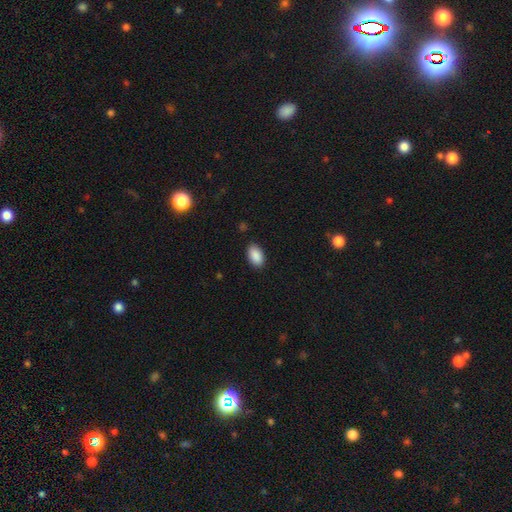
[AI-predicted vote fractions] smooth-or-featured: smooth: 90% | star or artifact: 7% | featured or disk: 3%
  how-rounded: in between: 93% | round: 5% | cigar-shaped: 1%
  merging: none: 87% | minor disturbance: 10% | major disturbance: 2% | merger: 1%